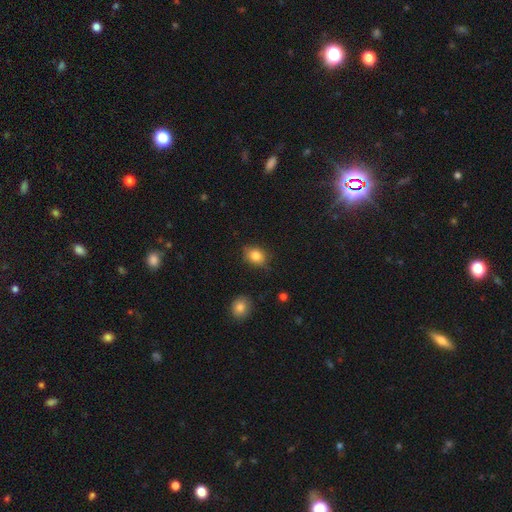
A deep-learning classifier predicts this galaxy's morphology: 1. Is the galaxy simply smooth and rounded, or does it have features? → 83% smooth, 9% star or artifact, 7% featured or disk.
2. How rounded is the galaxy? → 62% in between, 37% round, 1% cigar-shaped.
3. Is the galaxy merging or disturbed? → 75% none, 20% minor disturbance, 4% major disturbance, 2% merger.